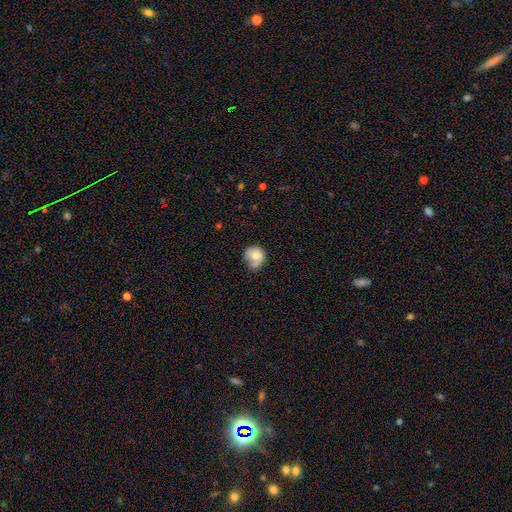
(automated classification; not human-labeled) The model was most divided on "merging": none: 41%, minor disturbance: 25%, merger: 21%, major disturbance: 13%. More confident: how rounded — round (74%); smooth or featured — smooth (62%).